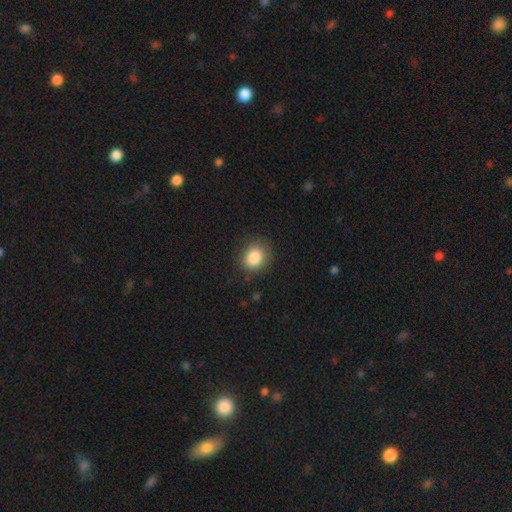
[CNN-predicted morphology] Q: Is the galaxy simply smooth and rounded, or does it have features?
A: smooth — 86%.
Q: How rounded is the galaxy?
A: round — 52%.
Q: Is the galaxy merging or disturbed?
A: none — 84%.